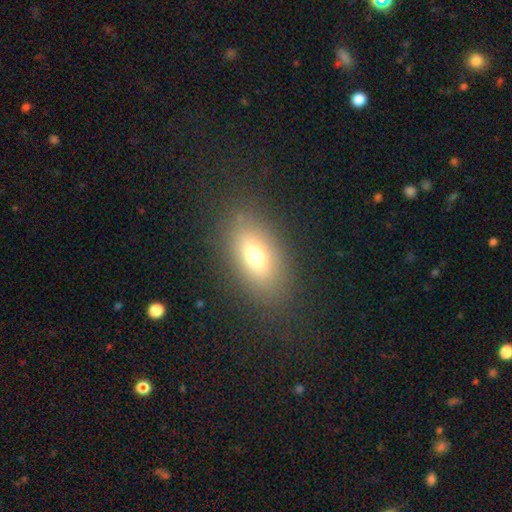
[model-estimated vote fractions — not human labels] smooth 66%, featured or disk 20%, star or artifact 14%. Down the decision tree: how rounded — in between (80%); merging — none (82%).